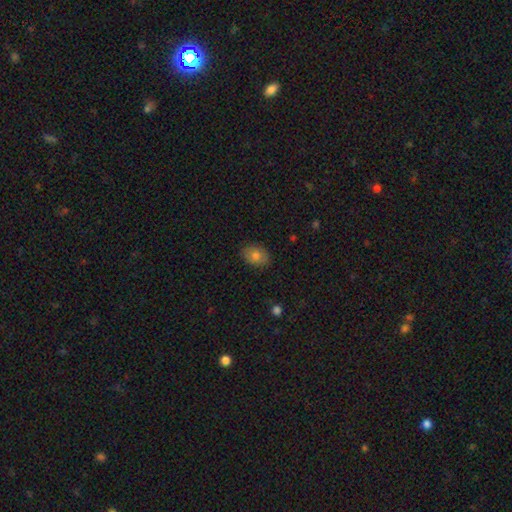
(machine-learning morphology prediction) A smooth galaxy with no disk features (79%) that is in between round and cigar-shaped (70%).

Vote fractions:
- Smooth or featured? smooth: 79% / featured or disk: 12% / star or artifact: 9%
- How rounded? in between: 70% / round: 29% / cigar-shaped: 1%
- Merging? none: 87% / minor disturbance: 10% / major disturbance: 2% / merger: 1%